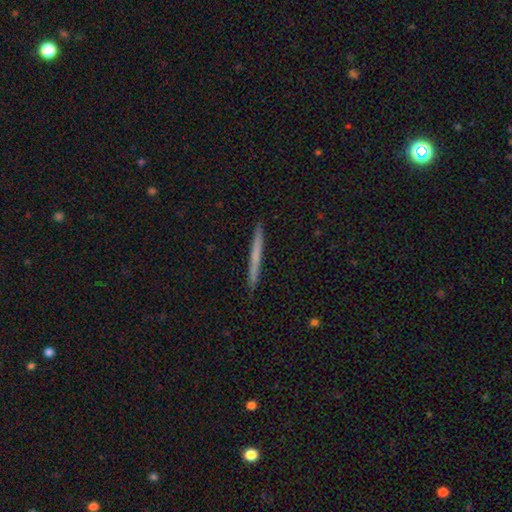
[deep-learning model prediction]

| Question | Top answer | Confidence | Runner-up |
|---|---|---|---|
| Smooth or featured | smooth | 56% | featured or disk (39%) |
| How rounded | cigar-shaped | 97% | in between (2%) |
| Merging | none | 93% | minor disturbance (5%) |